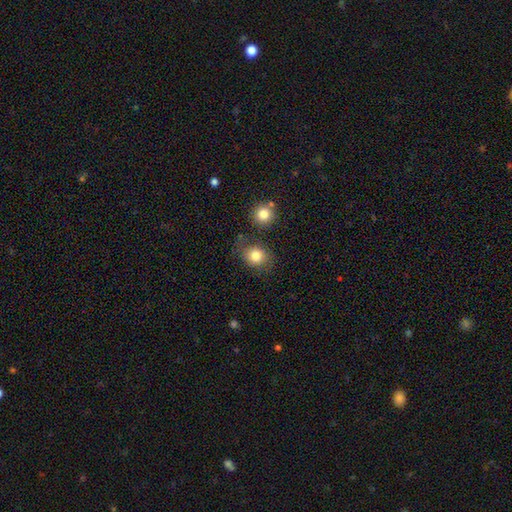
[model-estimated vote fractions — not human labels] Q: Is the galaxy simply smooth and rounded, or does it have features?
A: smooth — 81%.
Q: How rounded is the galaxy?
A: round — 67%.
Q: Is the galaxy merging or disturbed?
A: none — 71%.